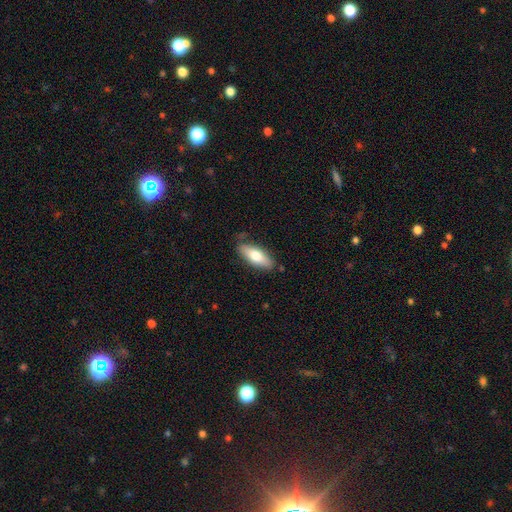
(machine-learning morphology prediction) A smooth galaxy with no disk features (73%) that is in between round and cigar-shaped (71%). Merging: none (80%).